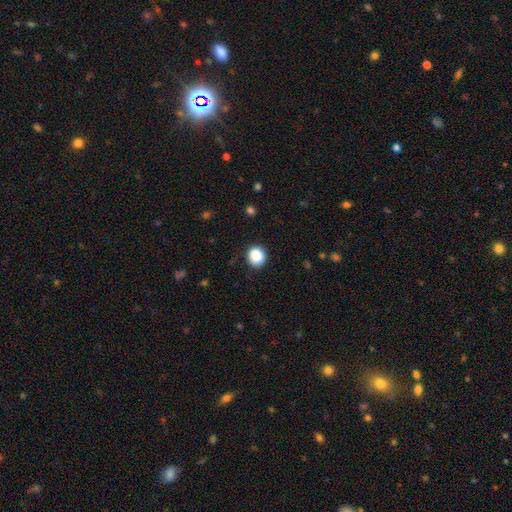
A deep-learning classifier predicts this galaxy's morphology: A smooth galaxy with no disk features (88%) that is round (84%). Merging: none (88%).